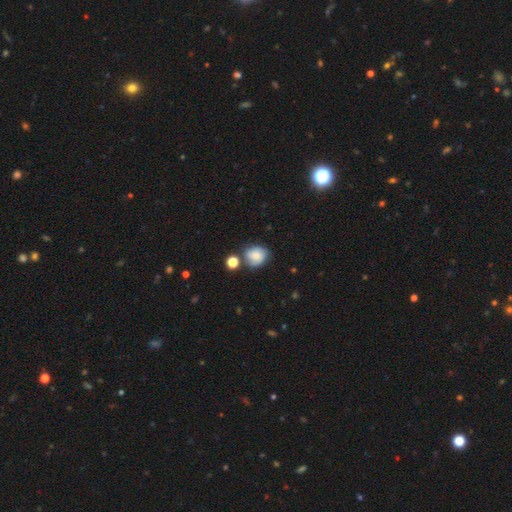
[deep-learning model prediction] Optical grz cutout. It shows a smooth galaxy with no disk features (59%) that is round (68%). Merging: none (57%).